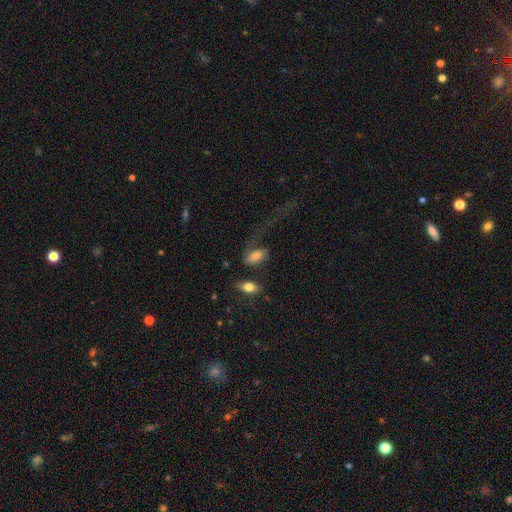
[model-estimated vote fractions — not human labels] A smooth galaxy with no disk features (70%) that is in between round and cigar-shaped (89%). Merging: none (41%).